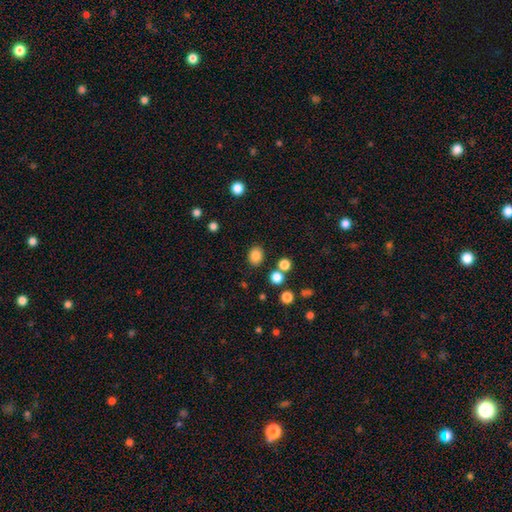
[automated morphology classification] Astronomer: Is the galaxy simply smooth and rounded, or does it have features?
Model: smooth — 84%.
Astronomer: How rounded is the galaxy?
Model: round — 55% (runner-up: in between, 44%).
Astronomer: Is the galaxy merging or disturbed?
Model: none — 85%.